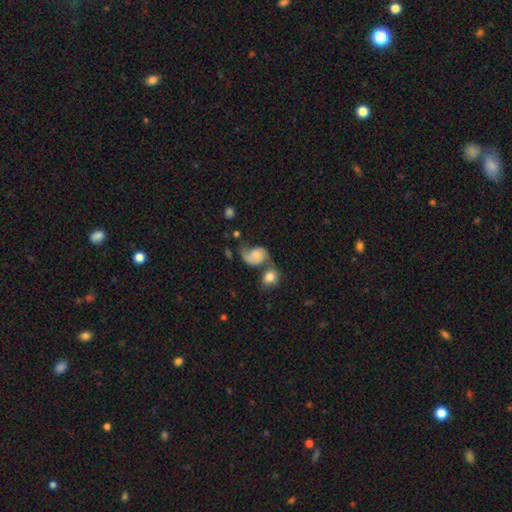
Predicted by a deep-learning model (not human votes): Smooth or featured: featured or disk — 53% (smooth — 38%)
Edge-on disk: no — 98% (yes — 2%)
Bar: no — 73% (weak — 22%)
Spiral arms: yes — 87% (no — 13%)
Bulge size: moderate — 30% (small — 28%)
Merging: merger — 35% (none — 30%)